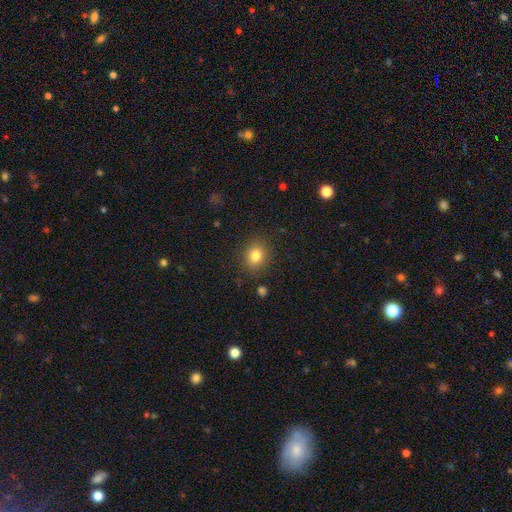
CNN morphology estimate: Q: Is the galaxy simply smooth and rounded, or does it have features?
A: smooth — 82%.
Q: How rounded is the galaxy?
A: round — 65%.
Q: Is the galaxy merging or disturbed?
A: none — 87%.